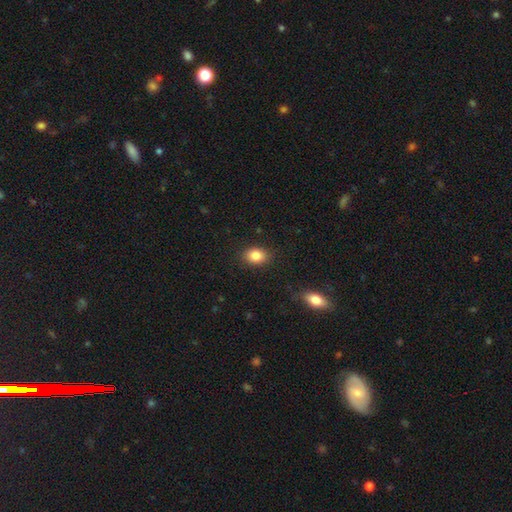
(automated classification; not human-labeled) smooth_or_featured: smooth (p=0.85) [alt: star or artifact p=0.09]
how_rounded: in between (p=0.68) [alt: round p=0.31]
merging: none (p=0.86) [alt: minor disturbance p=0.10]